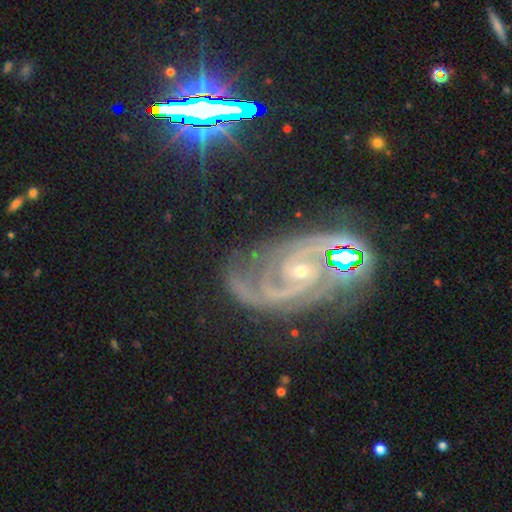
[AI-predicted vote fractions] A featured or disk galaxy (84%) with no bar (53%), 2 (68%) tight (45%) spiral arms (97%) and a small central bulge (62%). Merging: none (61%).